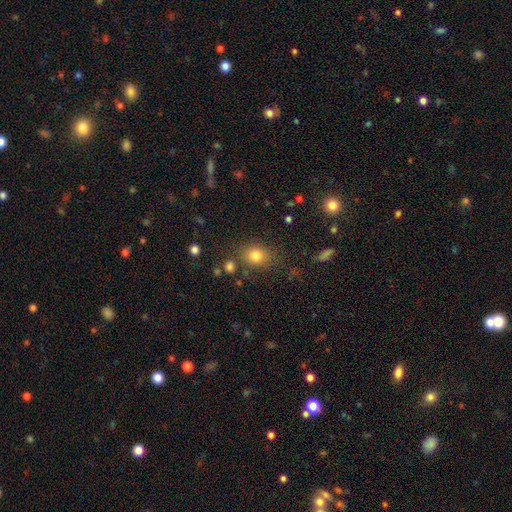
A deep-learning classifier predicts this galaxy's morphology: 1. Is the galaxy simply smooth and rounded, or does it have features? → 81% smooth, 12% star or artifact, 7% featured or disk.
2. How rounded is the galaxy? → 51% round, 47% in between, 1% cigar-shaped.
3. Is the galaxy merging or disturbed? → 76% none, 14% minor disturbance, 5% major disturbance, 5% merger.